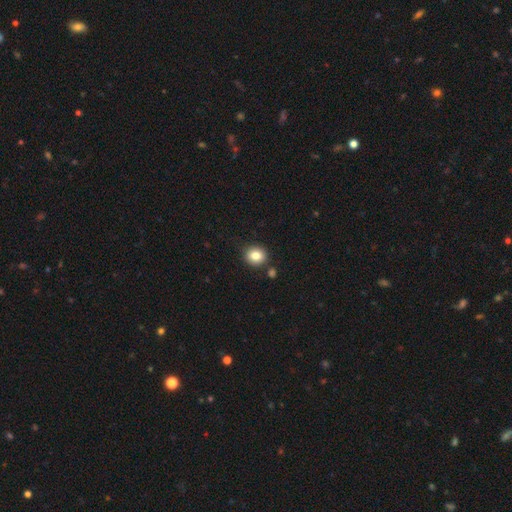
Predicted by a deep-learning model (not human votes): Smooth or featured?
  - smooth: 83% *
  - star or artifact: 10%
  - featured or disk: 7%
How rounded?
  - round: 78% *
  - in between: 21%
  - cigar-shaped: 1%
Merging?
  - none: 83% *
  - minor disturbance: 9%
  - merger: 5%
  - major disturbance: 2%